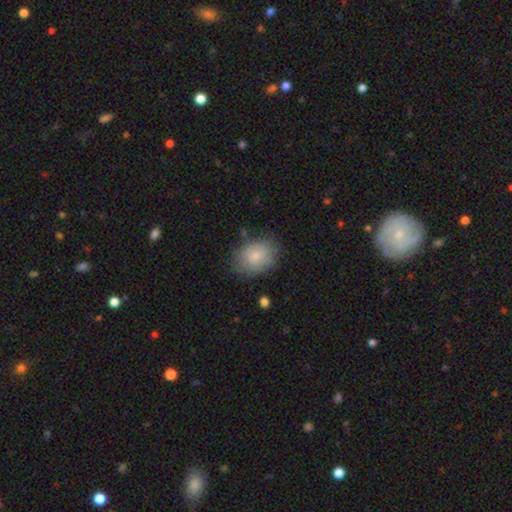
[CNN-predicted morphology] Overall: smooth (78%). How rounded: in between (71%). Merging: none (72%).